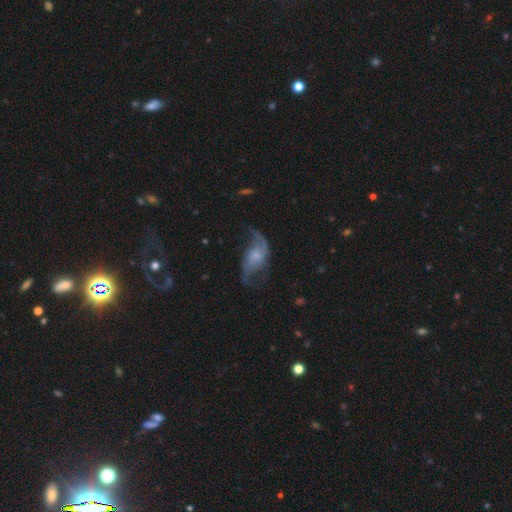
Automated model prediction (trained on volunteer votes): smooth-or-featured: featured or disk: 79% | smooth: 14% | star or artifact: 7%
  disk-edge-on: no: 96% | yes: 4%
    bar: no: 53% | weak: 39% | strong: 8%
    has-spiral-arms: yes: 92% | no: 8%
      spiral-winding: loose: 74% | medium: 21% | tight: 5%
      spiral-arm-count: 2: 86% | 1: 6% | can't tell: 4% | 3: 1% | 4: 1% | more than 4: 1%
    bulge-size: small: 38% | moderate: 28% | none: 24% | large: 8% | dominant: 2%
  merging: none: 53% | major disturbance: 23% | minor disturbance: 21% | merger: 3%